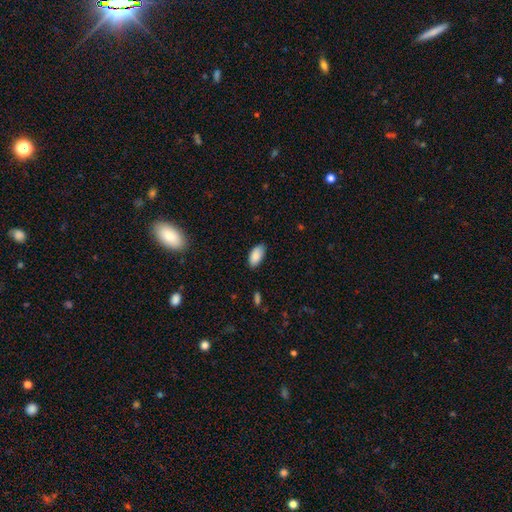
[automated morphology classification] A smooth galaxy with no disk features (88%) that is in between round and cigar-shaped (94%).

Vote fractions:
- Smooth or featured? smooth: 88% / star or artifact: 7% / featured or disk: 5%
- How rounded? in between: 94% / cigar-shaped: 4% / round: 2%
- Merging? none: 79% / minor disturbance: 17% / major disturbance: 3% / merger: 1%